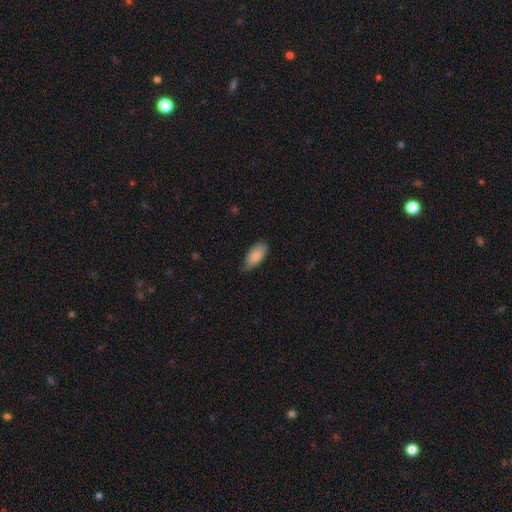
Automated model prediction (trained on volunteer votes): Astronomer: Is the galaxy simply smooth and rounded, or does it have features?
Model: smooth — 85%.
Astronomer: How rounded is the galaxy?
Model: in between — 91%.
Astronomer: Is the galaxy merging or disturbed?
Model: none — 59%.